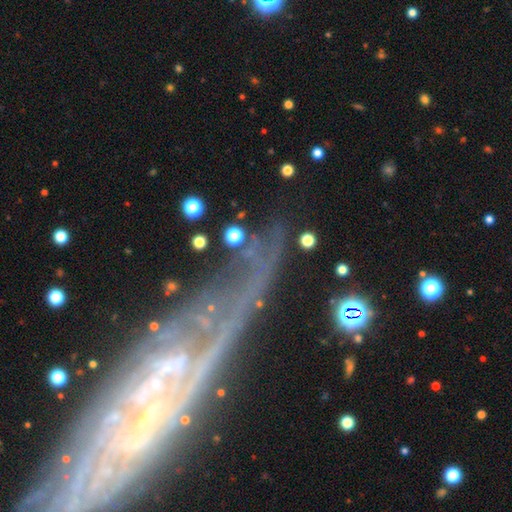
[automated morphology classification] featured or disk 47%, star or artifact 30%, smooth 23%. Down the decision tree: merging — none (56%).